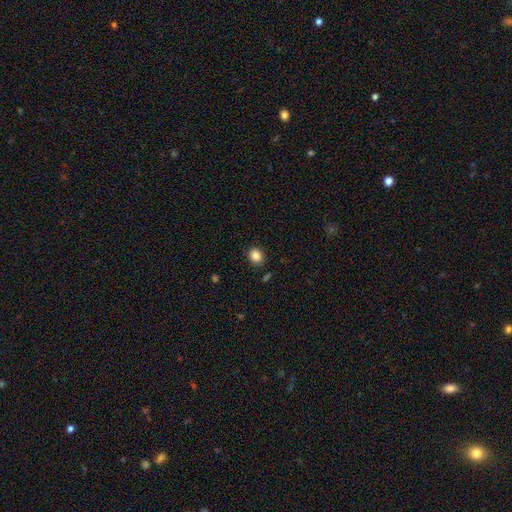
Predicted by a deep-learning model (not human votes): A smooth galaxy with no disk features (86%) that is round (57%). Merging: none (86%).